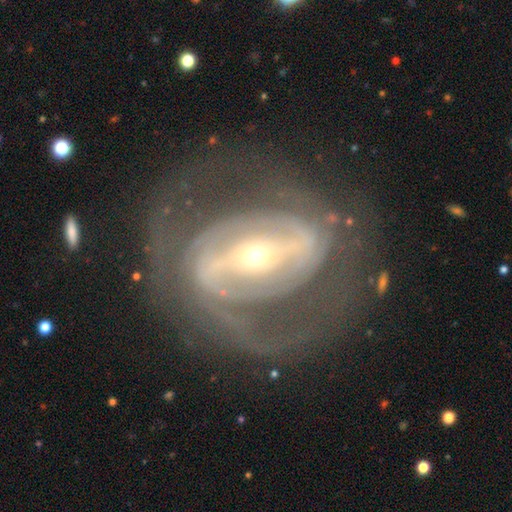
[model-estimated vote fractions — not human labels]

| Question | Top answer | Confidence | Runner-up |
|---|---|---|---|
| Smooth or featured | featured or disk | 86% | smooth (8%) |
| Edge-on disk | no | 94% | yes (6%) |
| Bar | strong | 64% | weak (23%) |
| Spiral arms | yes | 78% | no (22%) |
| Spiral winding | tight | 45% | medium (39%) |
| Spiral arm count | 2 | 61% | can't tell (22%) |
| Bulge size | small | 71% | moderate (24%) |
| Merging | none | 68% | major disturbance (16%) |